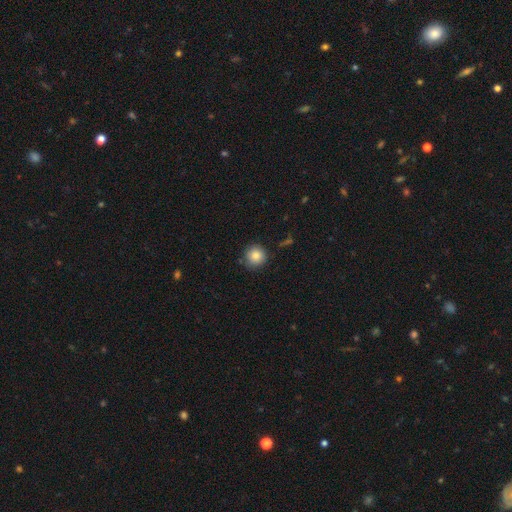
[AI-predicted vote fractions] Morphology: type=smooth (85%); roundness=round (94%); merging=none (84%).